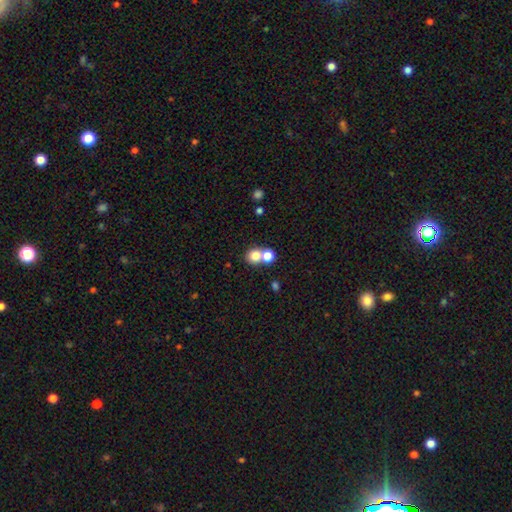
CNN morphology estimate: This is likely a smooth galaxy (78%). How rounded: clearly round (83%). Merging: possibly none (47%).